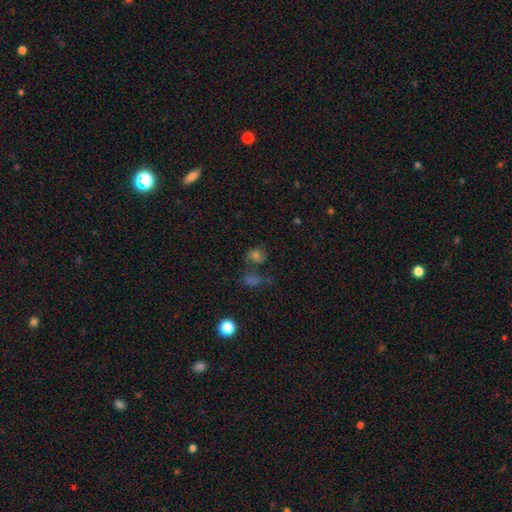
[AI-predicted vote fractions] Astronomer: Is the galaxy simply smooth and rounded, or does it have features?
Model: smooth — 62%.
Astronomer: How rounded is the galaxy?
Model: round — 57% (runner-up: in between, 41%).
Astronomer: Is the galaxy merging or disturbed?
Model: none — 48% (runner-up: merger, 26%).